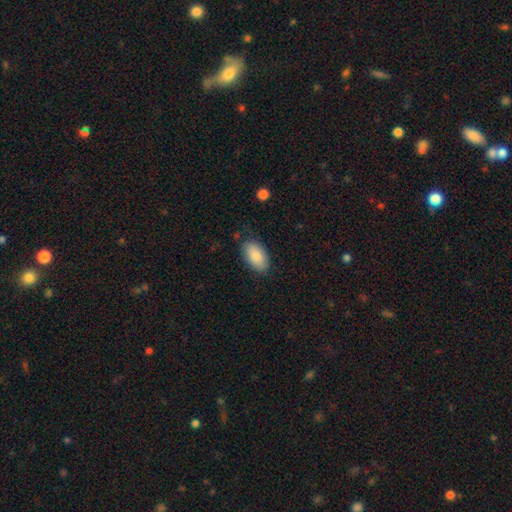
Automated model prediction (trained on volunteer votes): A smooth galaxy with no disk features (87%) that is in between round and cigar-shaped (95%). Merging: none (80%).